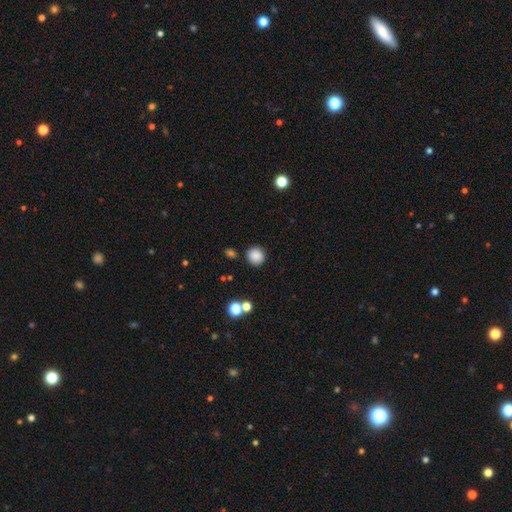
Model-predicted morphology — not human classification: The model was most divided on "smooth or featured": smooth: 86%, star or artifact: 10%, featured or disk: 4%. More confident: how rounded — round (92%); merging — none (87%).